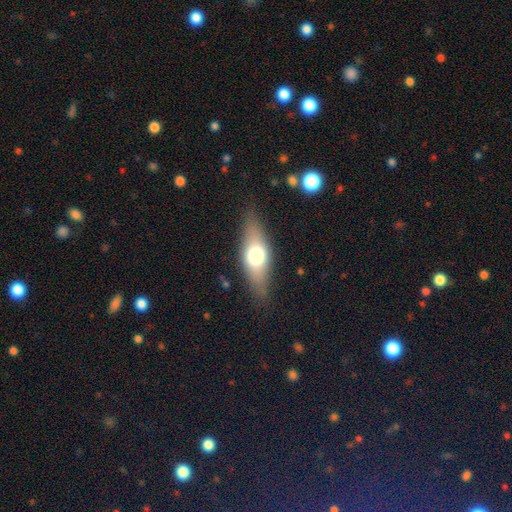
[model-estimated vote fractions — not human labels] Smooth or featured: smooth — 58% (featured or disk — 35%)
How rounded: in between — 66% (cigar-shaped — 29%)
Merging: none — 82% (minor disturbance — 13%)